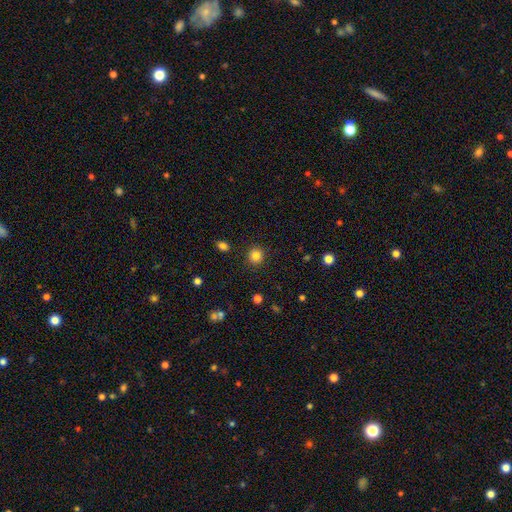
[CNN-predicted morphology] A smooth galaxy with no disk features (83%) that is round (89%). Merging: none (90%).